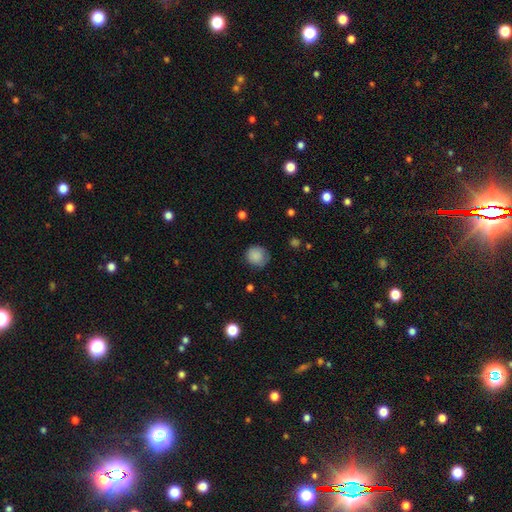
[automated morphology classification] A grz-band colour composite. It shows a smooth galaxy with no disk features (85%) that is round (88%). Merging: none (72%).